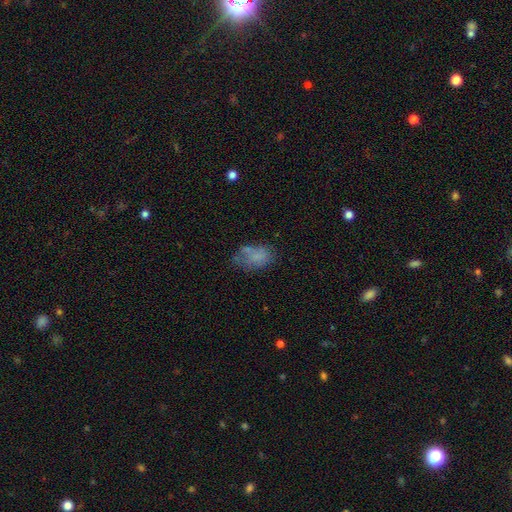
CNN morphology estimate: Smooth or featured?
  - smooth: 65% *
  - featured or disk: 24%
  - star or artifact: 12%
How rounded?
  - in between: 85% *
  - round: 14%
  - cigar-shaped: 2%
Merging?
  - none: 45% *
  - minor disturbance: 28%
  - major disturbance: 20%
  - merger: 8%